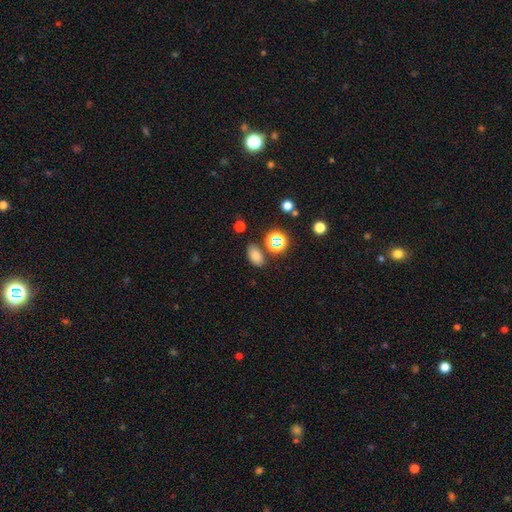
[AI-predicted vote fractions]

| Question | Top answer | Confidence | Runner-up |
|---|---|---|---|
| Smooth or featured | smooth | 75% | star or artifact (18%) |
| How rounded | in between | 86% | round (12%) |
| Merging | none | 78% | minor disturbance (12%) |